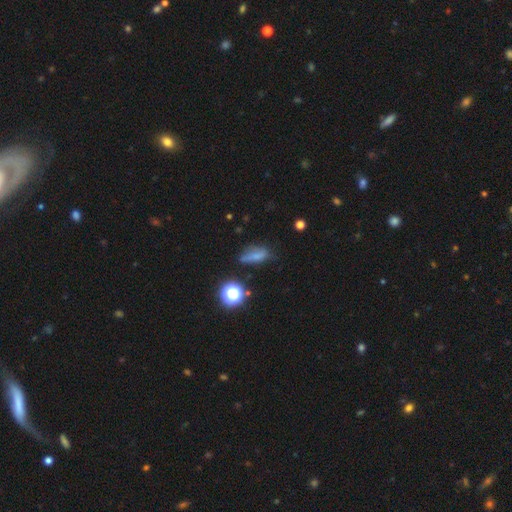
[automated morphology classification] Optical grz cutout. It shows a smooth galaxy with no disk features (63%) that is in between round and cigar-shaped (66%). Merging: none (53%).